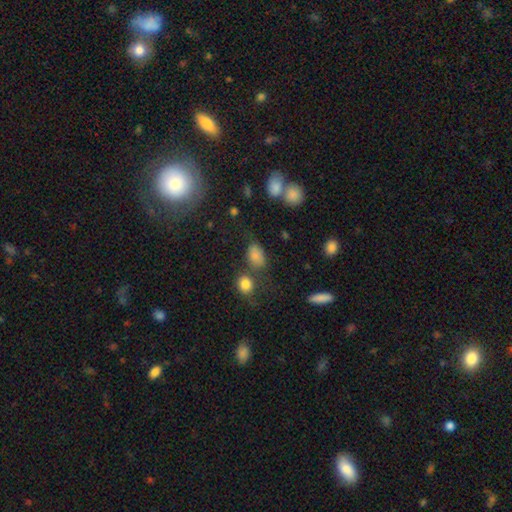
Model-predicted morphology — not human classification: Smooth or featured? Predicted: smooth (p=0.77). How rounded? Predicted: in between (p=0.75). Merging? Predicted: none (p=0.54).